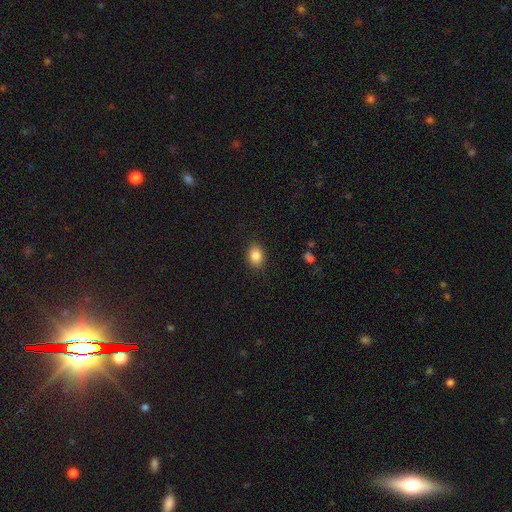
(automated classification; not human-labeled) A smooth galaxy with no disk features (85%) that is in between round and cigar-shaped (66%).

Vote fractions:
- Smooth or featured? smooth: 85% / star or artifact: 9% / featured or disk: 6%
- How rounded? in between: 66% / round: 33% / cigar-shaped: 1%
- Merging? none: 87% / minor disturbance: 9% / major disturbance: 2% / merger: 1%